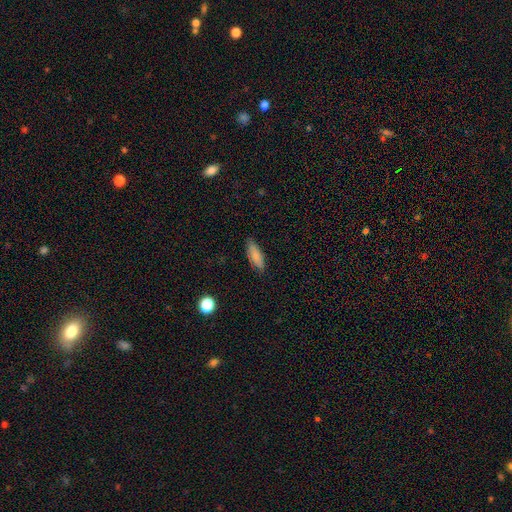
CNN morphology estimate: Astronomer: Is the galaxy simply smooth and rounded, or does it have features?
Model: smooth — 83%.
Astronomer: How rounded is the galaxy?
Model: in between — 59% (runner-up: cigar-shaped, 39%).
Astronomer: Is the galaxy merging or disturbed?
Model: none — 82%.